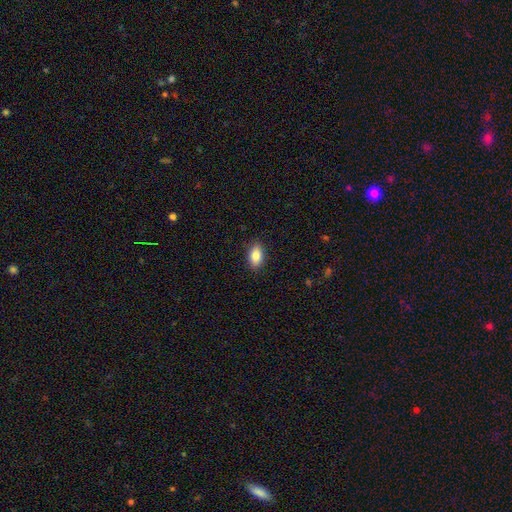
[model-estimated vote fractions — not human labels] smooth-or-featured: smooth: 87% | star or artifact: 7% | featured or disk: 6%
  how-rounded: in between: 91% | round: 6% | cigar-shaped: 3%
  merging: none: 88% | minor disturbance: 9% | major disturbance: 2% | merger: 1%